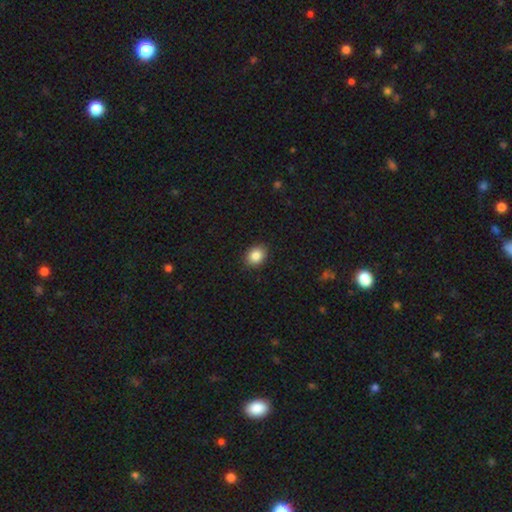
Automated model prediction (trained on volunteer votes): Smooth or featured: smooth — 86% (star or artifact — 9%)
How rounded: round — 51% (in between — 49%)
Merging: none — 90% (minor disturbance — 7%)